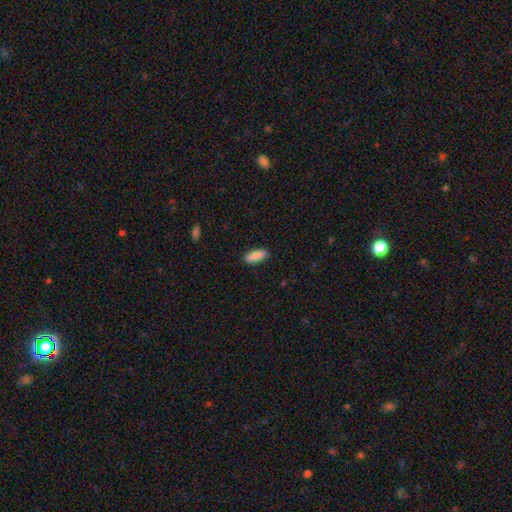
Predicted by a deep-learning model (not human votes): Smooth or featured? smooth (87%)
How rounded? in between (70%)
Merging? none (88%)